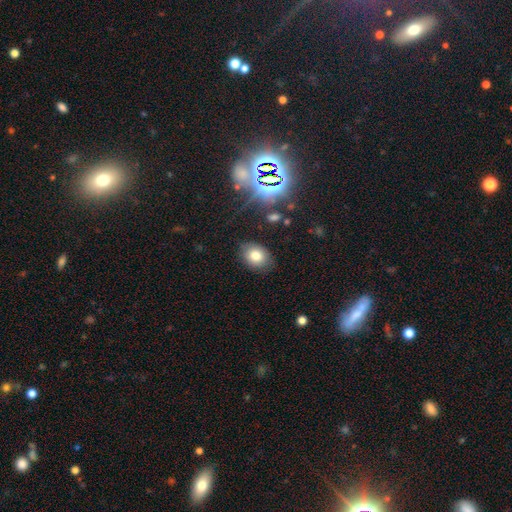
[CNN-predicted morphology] smooth_or_featured: smooth (p=0.77) [alt: star or artifact p=0.13]
how_rounded: in between (p=0.60) [alt: round p=0.39]
merging: none (p=0.81) [alt: minor disturbance p=0.13]